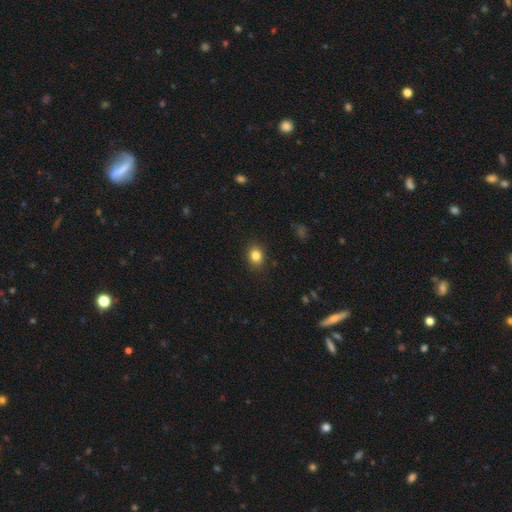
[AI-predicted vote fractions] Smooth or featured: smooth — 84% (star or artifact — 10%)
How rounded: round — 52% (in between — 47%)
Merging: none — 88% (minor disturbance — 8%)